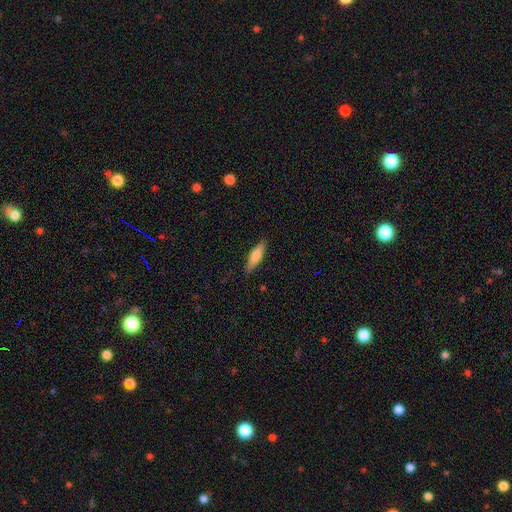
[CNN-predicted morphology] Smooth or featured?
  - smooth: 61% *
  - featured or disk: 33%
  - star or artifact: 6%
How rounded?
  - cigar-shaped: 65% *
  - in between: 33%
  - round: 2%
Merging?
  - none: 88% *
  - minor disturbance: 9%
  - major disturbance: 2%
  - merger: 1%